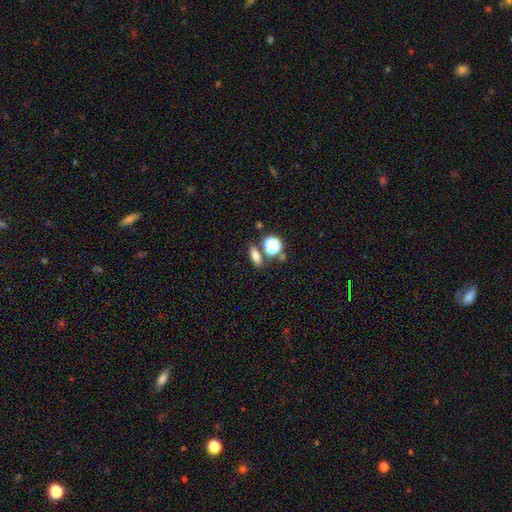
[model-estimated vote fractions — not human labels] Smooth or featured: smooth — 70% (star or artifact — 17%)
How rounded: in between — 61% (cigar-shaped — 21%)
Merging: none — 75% (merger — 12%)